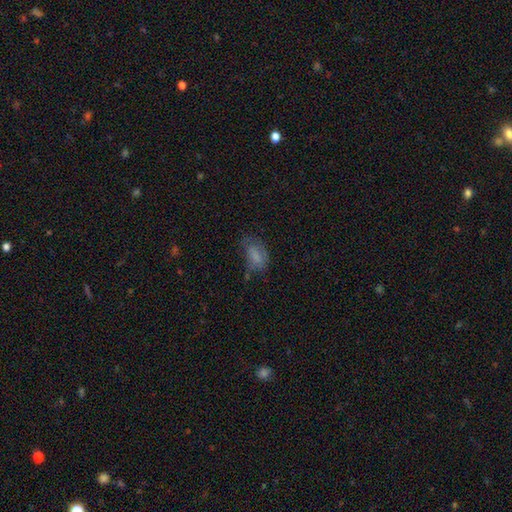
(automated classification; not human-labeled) Overall: smooth (66%). How rounded: in between (88%). Merging: none (41%; minor disturbance 30%).